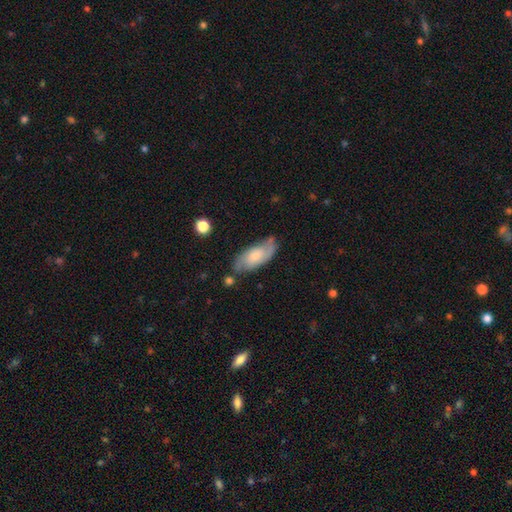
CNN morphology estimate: type=featured or disk (55%); edge-on=no (90%); merging=none (66%).